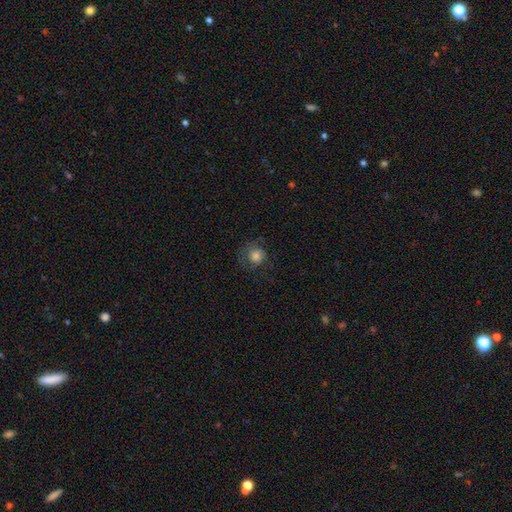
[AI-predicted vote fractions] Overall: smooth (73%). How rounded: round (86%). Merging: none (64%).